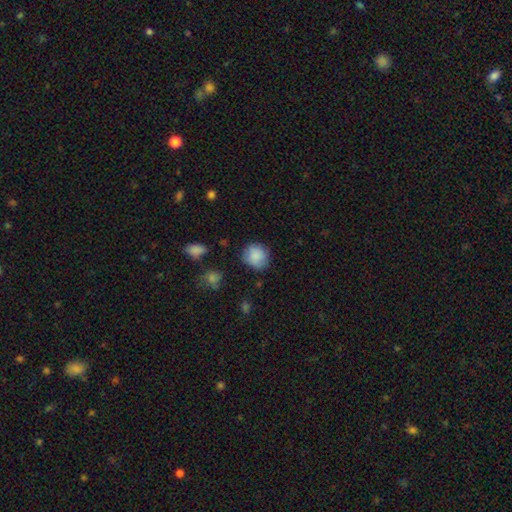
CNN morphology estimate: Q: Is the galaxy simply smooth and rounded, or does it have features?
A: smooth — 85%.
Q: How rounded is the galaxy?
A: round — 85%.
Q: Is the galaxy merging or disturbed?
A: none — 76%.